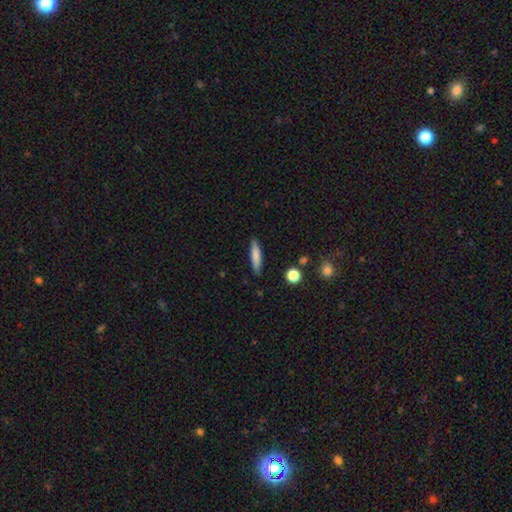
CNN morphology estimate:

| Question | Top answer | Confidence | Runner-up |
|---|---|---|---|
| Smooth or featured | smooth | 80% | featured or disk (13%) |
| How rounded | cigar-shaped | 81% | in between (18%) |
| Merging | none | 87% | minor disturbance (10%) |